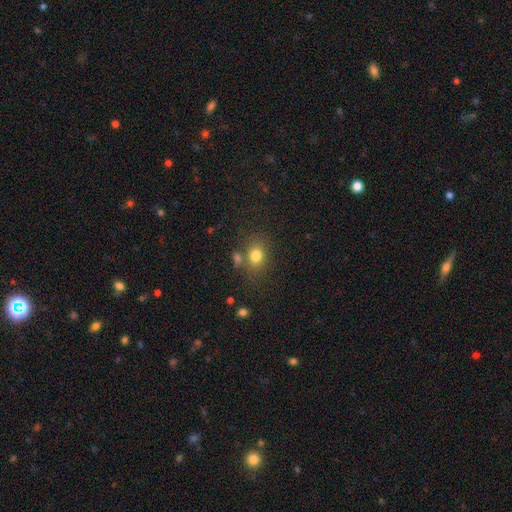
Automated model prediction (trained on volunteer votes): Q: Smooth or featured?
A: smooth (79%); runner-up: star or artifact (12%)
Q: How rounded?
A: in between (51%); runner-up: round (48%)
Q: Merging?
A: none (68%); runner-up: minor disturbance (14%)